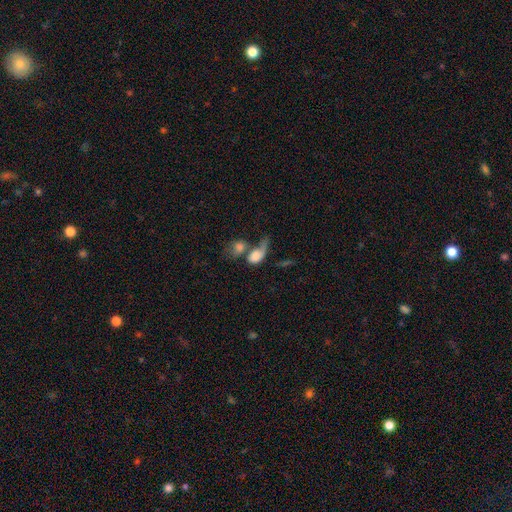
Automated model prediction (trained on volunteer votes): Smooth or featured? smooth (60%)
How rounded? in between (69%)
Merging? merger (59%)